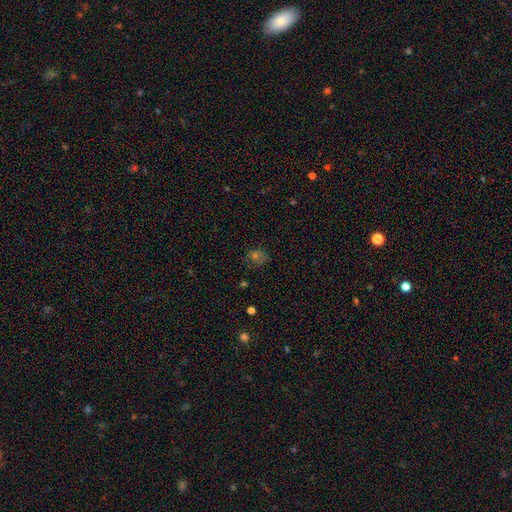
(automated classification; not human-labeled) Smooth or featured?
  - smooth: 49% *
  - star or artifact: 31%
  - featured or disk: 19%
Merging?
  - none: 70% *
  - minor disturbance: 18%
  - major disturbance: 9%
  - merger: 2%